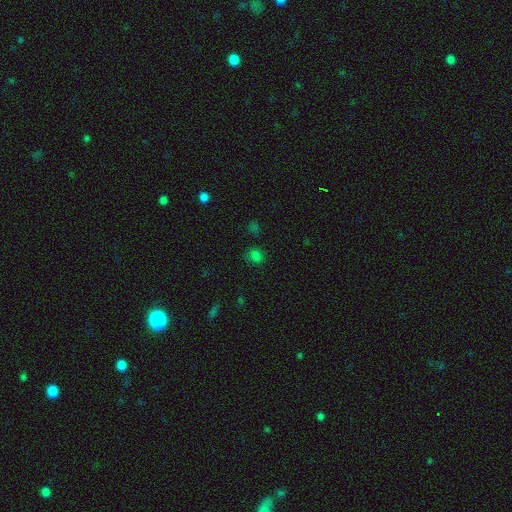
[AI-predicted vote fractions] A smooth galaxy with no disk features (75%) that is round (63%).

Vote fractions:
- Smooth or featured? smooth: 75% / star or artifact: 20% / featured or disk: 5%
- How rounded? round: 63% / in between: 36% / cigar-shaped: 1%
- Merging? none: 79% / minor disturbance: 14% / major disturbance: 4% / merger: 3%